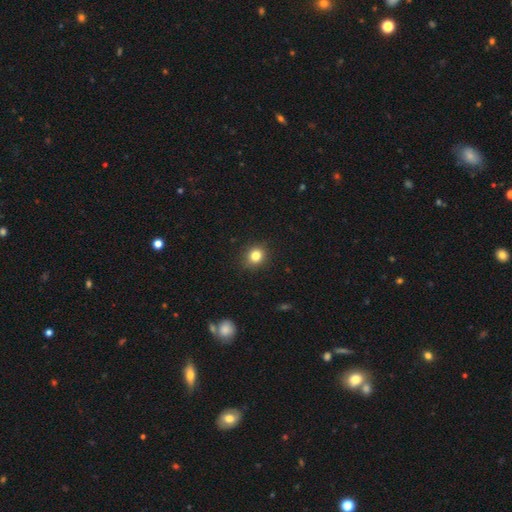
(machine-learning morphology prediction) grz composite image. It shows a smooth galaxy with no disk features (83%) that is round (76%). Merging: none (89%).